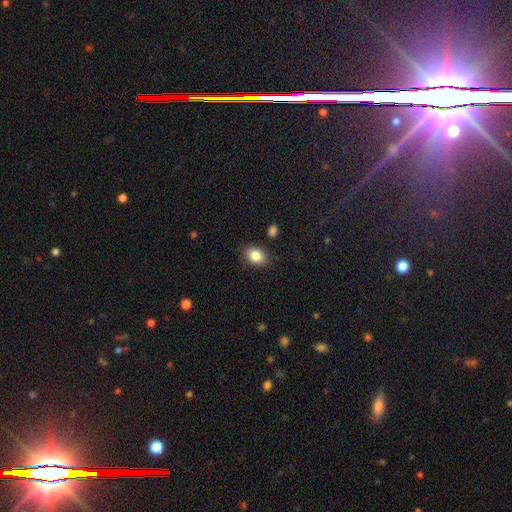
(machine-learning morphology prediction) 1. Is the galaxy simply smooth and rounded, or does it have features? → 85% smooth, 9% star or artifact, 6% featured or disk.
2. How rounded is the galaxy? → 59% in between, 40% round, 1% cigar-shaped.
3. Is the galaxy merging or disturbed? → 85% none, 10% minor disturbance, 3% major disturbance, 3% merger.